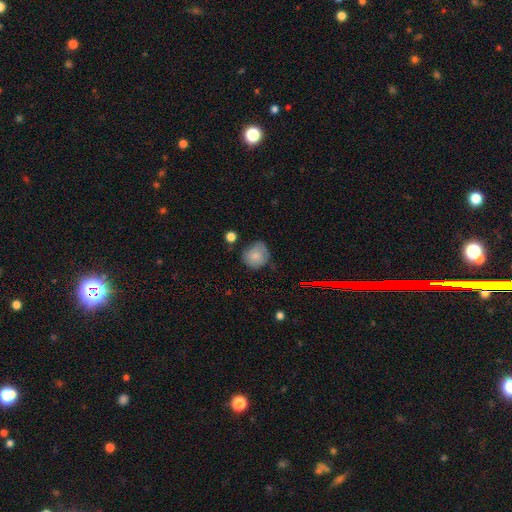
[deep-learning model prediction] Q: Smooth or featured?
A: smooth (77%); runner-up: featured or disk (14%)
Q: How rounded?
A: round (83%); runner-up: in between (16%)
Q: Merging?
A: none (61%); runner-up: minor disturbance (29%)